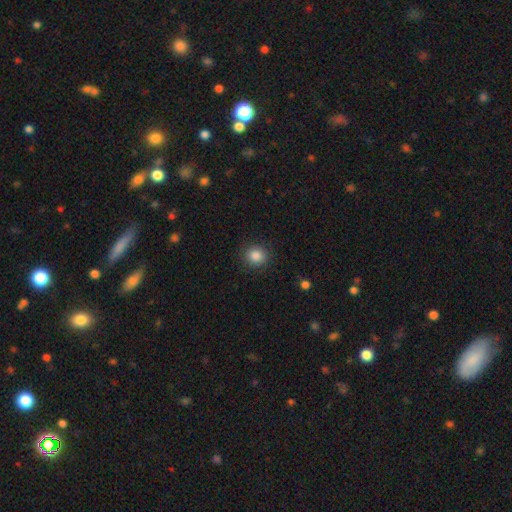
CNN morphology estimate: Smooth or featured: smooth — 86% (star or artifact — 10%)
How rounded: round — 85% (in between — 14%)
Merging: none — 89% (minor disturbance — 7%)